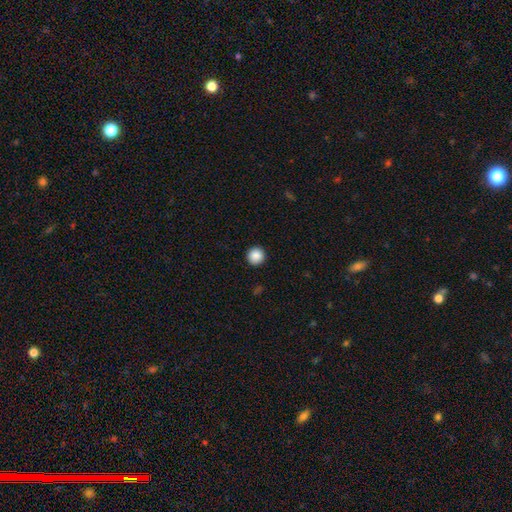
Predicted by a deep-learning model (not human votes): The model was most divided on "smooth or featured": smooth: 89%, star or artifact: 9%, featured or disk: 3%. More confident: how rounded — round (96%); merging — none (93%).